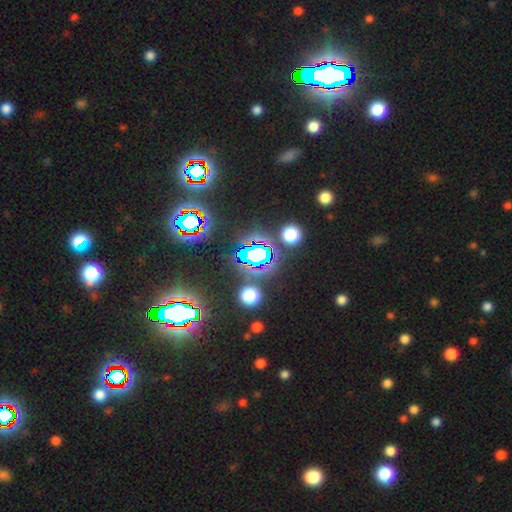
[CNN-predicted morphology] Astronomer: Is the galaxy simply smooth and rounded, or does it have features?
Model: star or artifact — 69%.